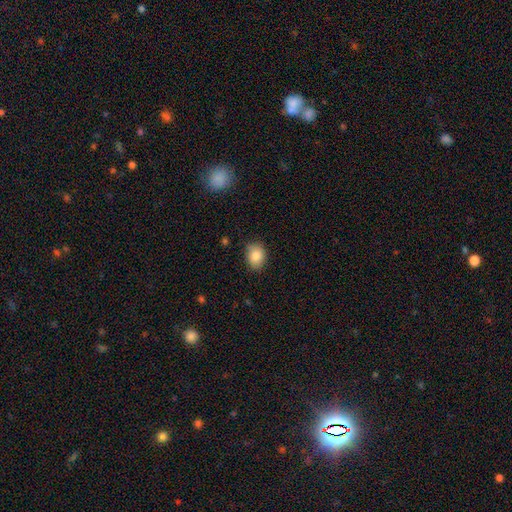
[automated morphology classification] Overall: smooth (85%). How rounded: in between (58%; round 41%). Merging: none (83%).